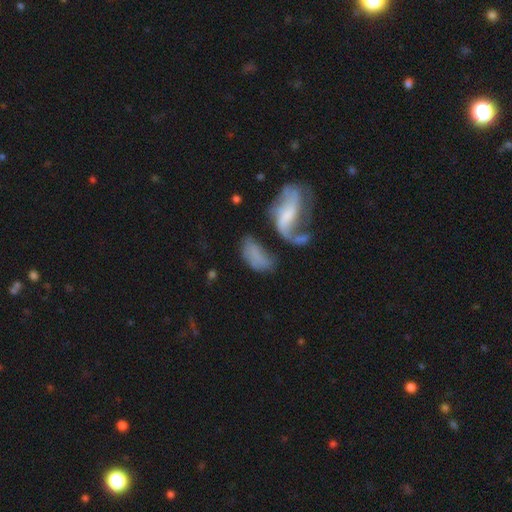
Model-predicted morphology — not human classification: The model was most divided on "merging": none: 31%, merger: 26%, major disturbance: 23%, minor disturbance: 19%. More confident: how rounded — in between (88%); smooth or featured — smooth (56%).